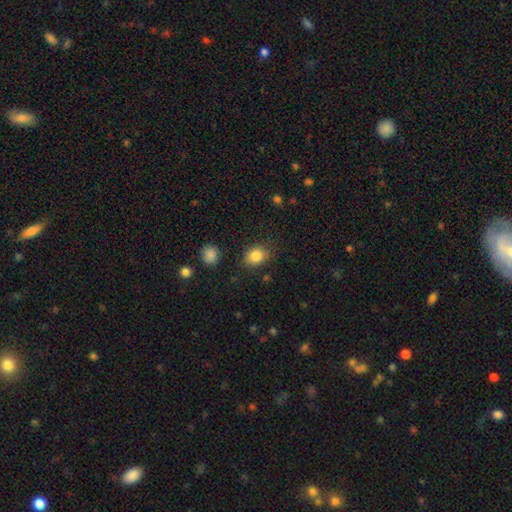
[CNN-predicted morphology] Smooth or featured?
  - smooth: 84% *
  - star or artifact: 9%
  - featured or disk: 6%
How rounded?
  - in between: 64% *
  - round: 35%
  - cigar-shaped: 1%
Merging?
  - none: 80% *
  - minor disturbance: 14%
  - major disturbance: 4%
  - merger: 2%